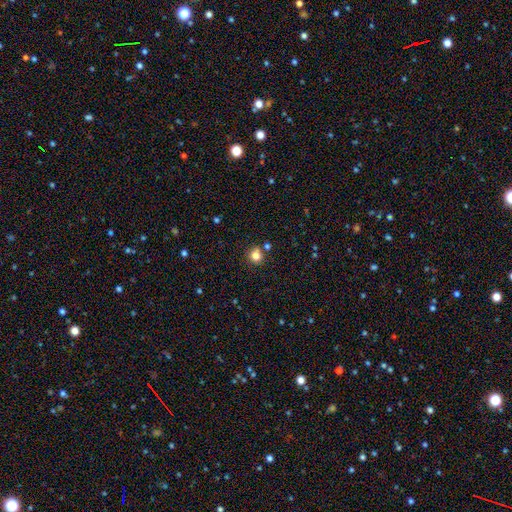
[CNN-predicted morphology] smooth 80%, star or artifact 13%, featured or disk 7%. Down the decision tree: how rounded — round (85%); merging — none (73%).